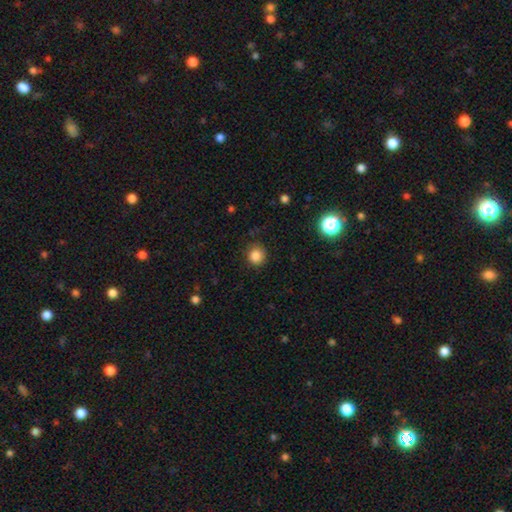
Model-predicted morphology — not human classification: Overall: smooth (85%). How rounded: round (88%). Merging: none (84%).